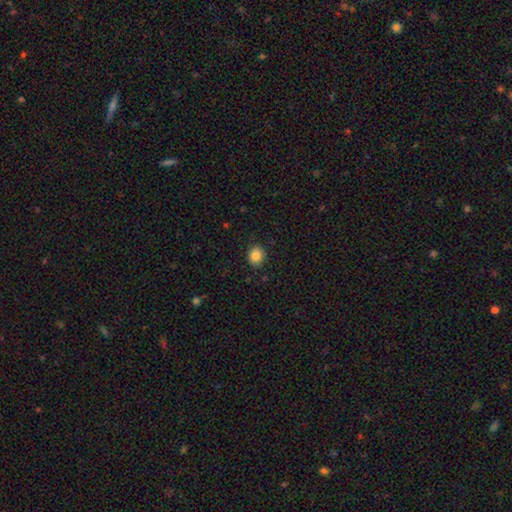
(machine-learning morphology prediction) Q: Smooth or featured?
A: smooth (85%); runner-up: star or artifact (10%)
Q: How rounded?
A: round (64%); runner-up: in between (35%)
Q: Merging?
A: none (88%); runner-up: minor disturbance (9%)